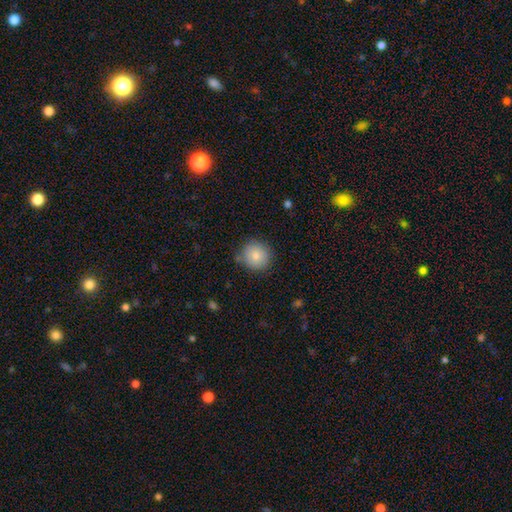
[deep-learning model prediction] Smooth or featured: smooth — 83% (star or artifact — 9%)
How rounded: round — 91% (in between — 8%)
Merging: none — 78% (minor disturbance — 16%)